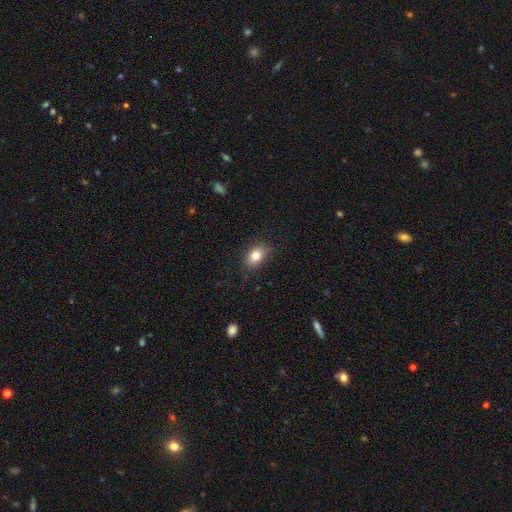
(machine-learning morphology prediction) This is clearly a smooth galaxy (81%). How rounded: likely in between (74%). Merging: clearly none (81%).